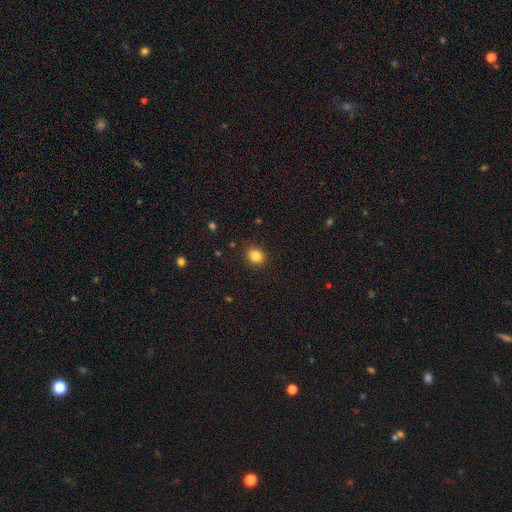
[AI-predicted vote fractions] This is clearly a smooth galaxy (84%). How rounded: likely round (63%). Merging: clearly none (91%).